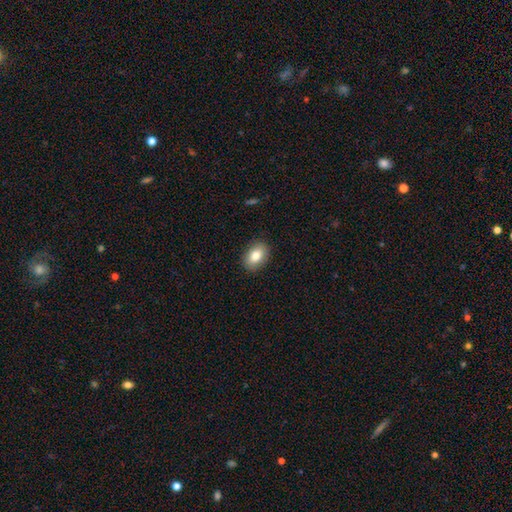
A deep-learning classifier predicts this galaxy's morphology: Overall: smooth (82%). How rounded: in between (84%). Merging: none (89%).